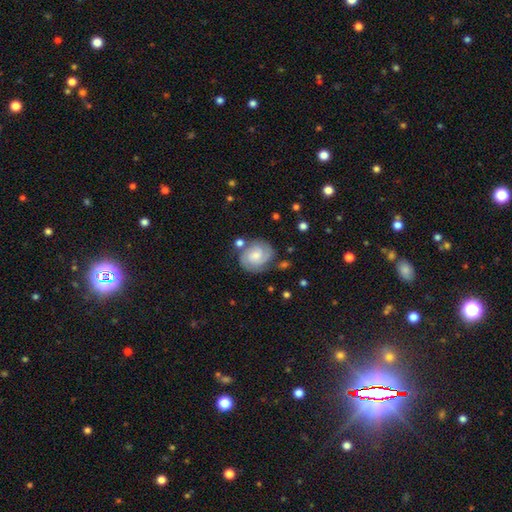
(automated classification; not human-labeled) A featured or disk galaxy (68%) with no bar (60%), 2 (67%) tight (59%) spiral arms (93%) and a moderate central bulge (41%). Merging: none (72%).